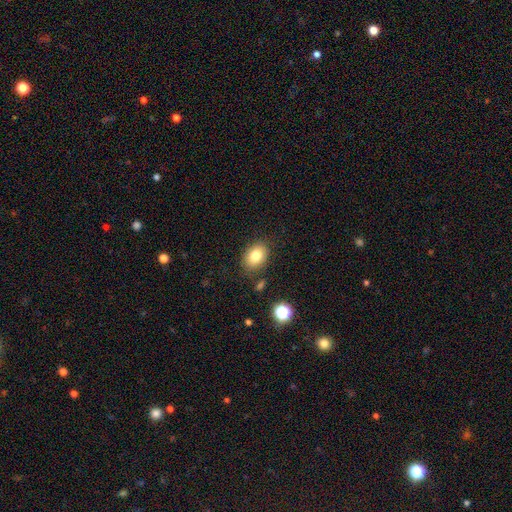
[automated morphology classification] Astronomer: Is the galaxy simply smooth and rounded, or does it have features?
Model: smooth — 81%.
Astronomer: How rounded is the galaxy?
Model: in between — 73%.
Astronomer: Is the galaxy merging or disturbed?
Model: none — 82%.